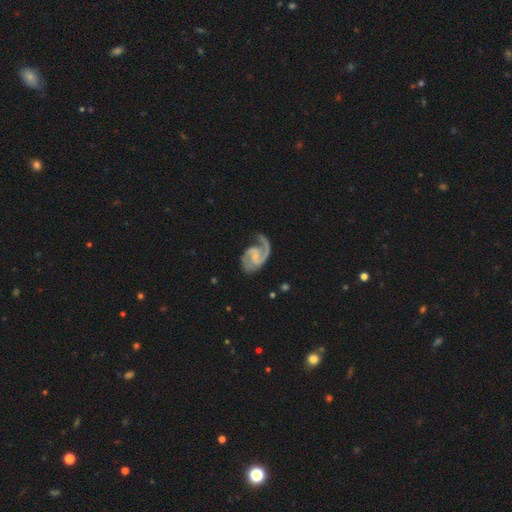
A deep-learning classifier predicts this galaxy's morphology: type=featured or disk (92%); edge-on=no (98%); bar=weak (49%); spiral arms=yes (98%); winding=medium (58%); arm count=2 (86%); bulge=small (45%); merging=none (64%).